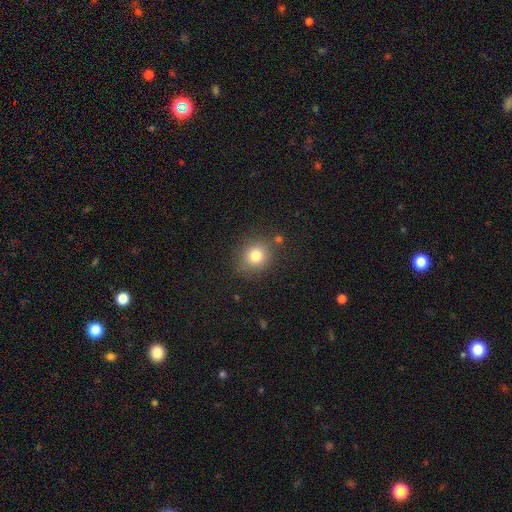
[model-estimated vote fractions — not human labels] A smooth galaxy with no disk features (79%) that is round (81%). Merging: none (81%).